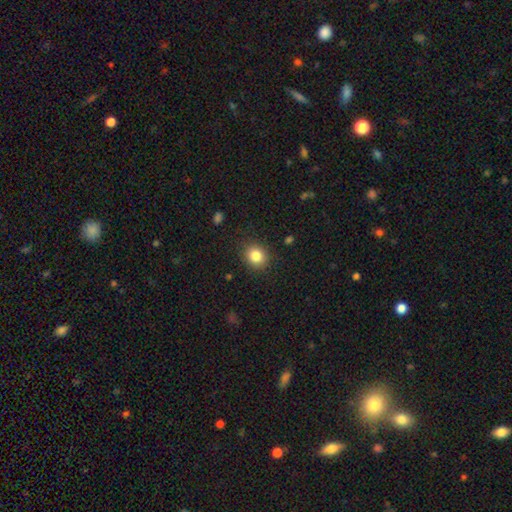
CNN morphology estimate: Smooth or featured?
  - smooth: 84% *
  - star or artifact: 10%
  - featured or disk: 6%
How rounded?
  - round: 72% *
  - in between: 27%
  - cigar-shaped: 1%
Merging?
  - none: 88% *
  - minor disturbance: 8%
  - major disturbance: 3%
  - merger: 1%